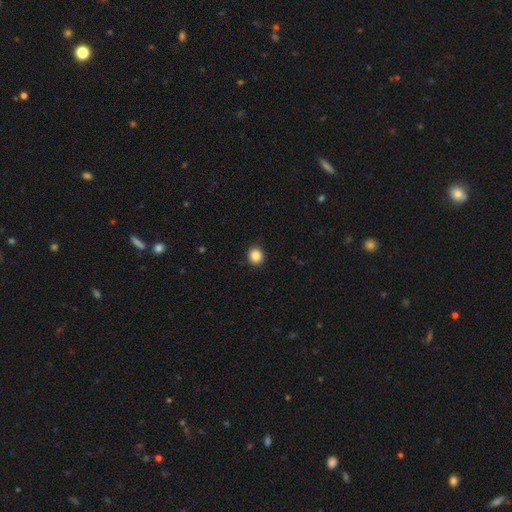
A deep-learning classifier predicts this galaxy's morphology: smooth 87%, star or artifact 10%, featured or disk 3%. Down the decision tree: how rounded — round (85%); merging — none (91%).